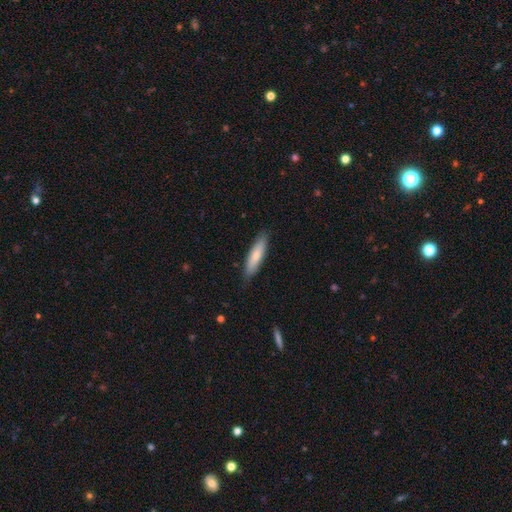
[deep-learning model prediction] Smooth or featured?
  - smooth: 74% *
  - featured or disk: 21%
  - star or artifact: 5%
How rounded?
  - cigar-shaped: 73% *
  - in between: 25%
  - round: 1%
Merging?
  - none: 85% *
  - minor disturbance: 12%
  - major disturbance: 2%
  - merger: 1%